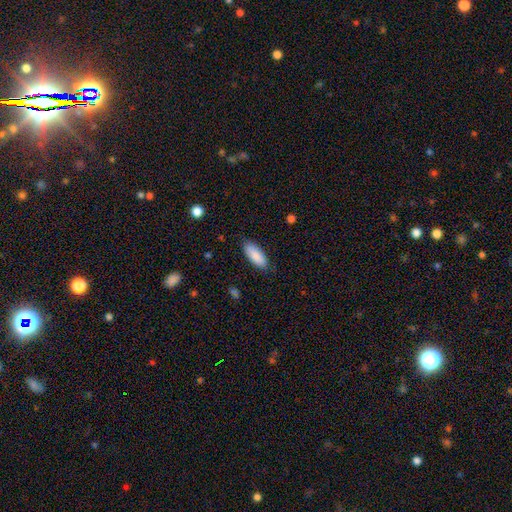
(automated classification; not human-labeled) Smooth or featured?
  - smooth: 88% *
  - star or artifact: 6%
  - featured or disk: 6%
How rounded?
  - in between: 78% *
  - cigar-shaped: 20%
  - round: 2%
Merging?
  - none: 84% *
  - minor disturbance: 13%
  - major disturbance: 2%
  - merger: 1%